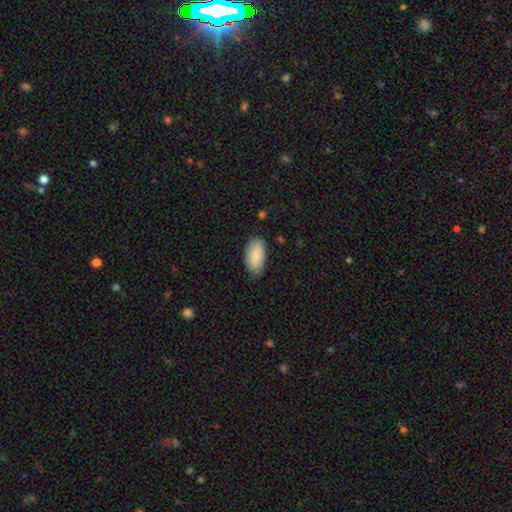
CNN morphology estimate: type=smooth (83%); roundness=in between (94%); merging=none (72%).